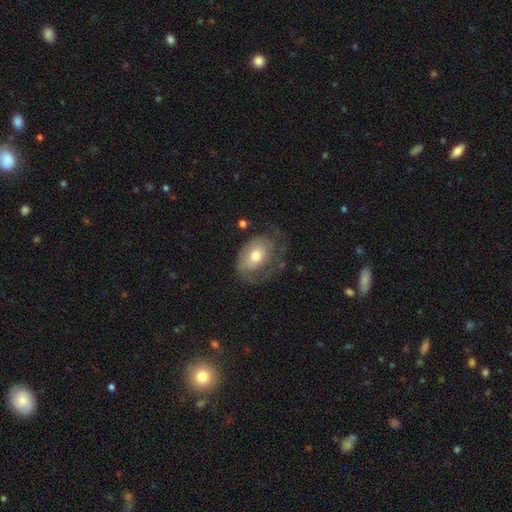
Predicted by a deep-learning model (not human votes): Smooth or featured? featured or disk (58%)
Edge-on disk? no (95%)
Bar? no (73%)
Spiral arms? yes (73%)
Bulge size? moderate (66%)
Merging? none (46%)